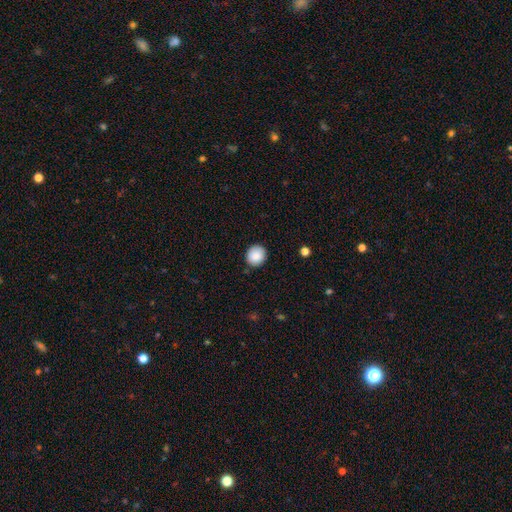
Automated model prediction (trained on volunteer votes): Q: Smooth or featured?
A: smooth (88%); runner-up: star or artifact (8%)
Q: How rounded?
A: round (83%); runner-up: in between (16%)
Q: Merging?
A: none (86%); runner-up: minor disturbance (10%)